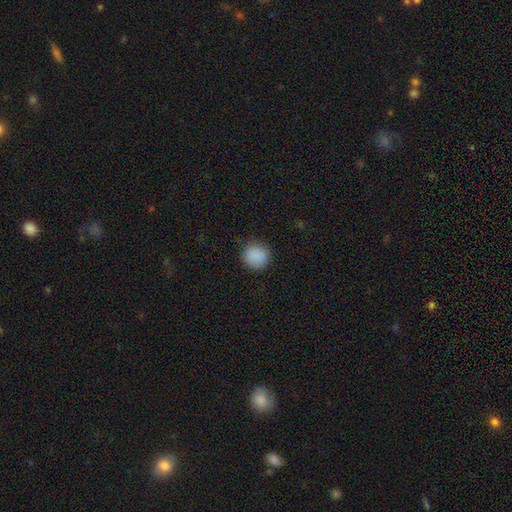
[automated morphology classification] Smooth or featured? smooth (89%)
How rounded? round (92%)
Merging? none (88%)